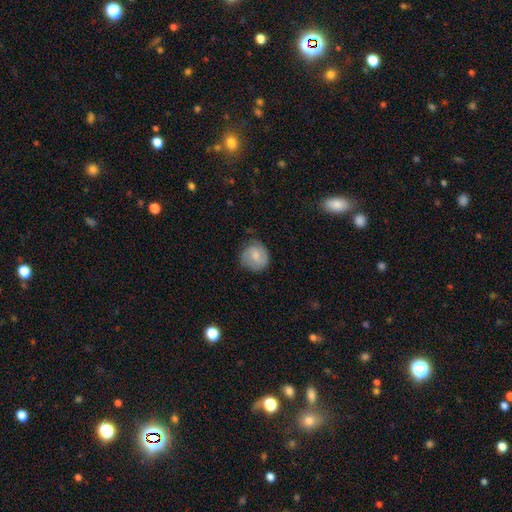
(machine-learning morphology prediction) Smooth or featured? smooth (59%)
How rounded? round (84%)
Merging? none (65%)